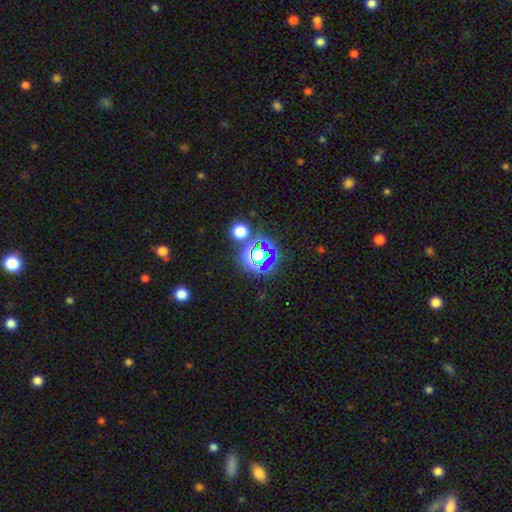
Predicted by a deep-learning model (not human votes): Smooth or featured: star or artifact — 54% (smooth — 33%)